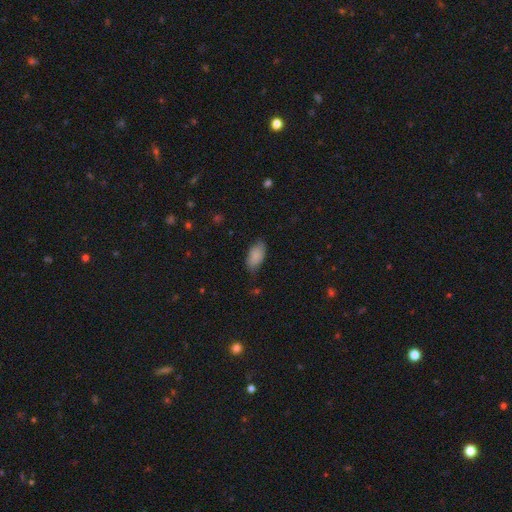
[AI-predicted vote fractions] Morphology: type=smooth (86%); roundness=in between (93%); merging=none (73%).